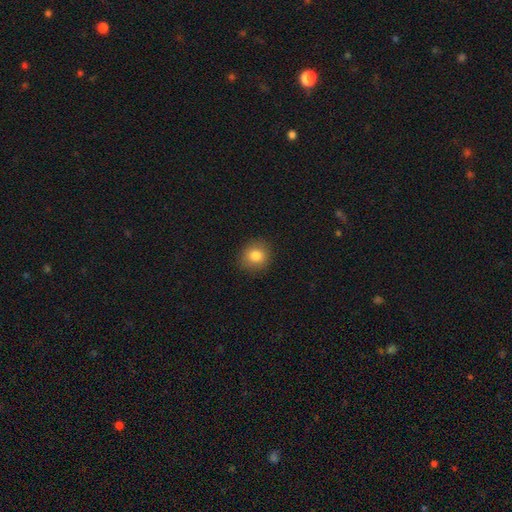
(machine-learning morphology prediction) smooth 83%, star or artifact 10%, featured or disk 7%. Down the decision tree: how rounded — round (84%); merging — none (88%).